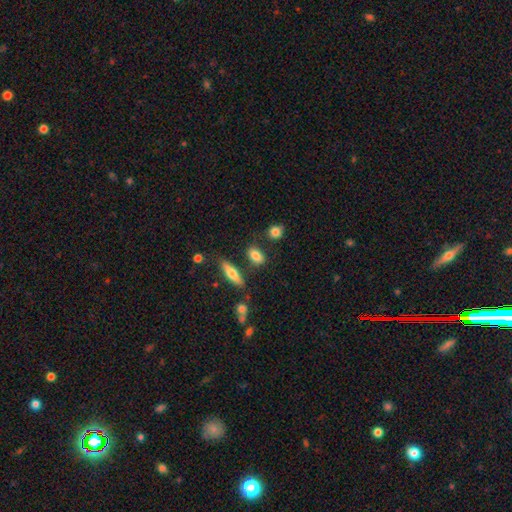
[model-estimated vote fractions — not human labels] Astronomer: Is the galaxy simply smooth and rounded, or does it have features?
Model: smooth — 82%.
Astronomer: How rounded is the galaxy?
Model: in between — 75%.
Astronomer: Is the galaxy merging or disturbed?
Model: none — 77%.